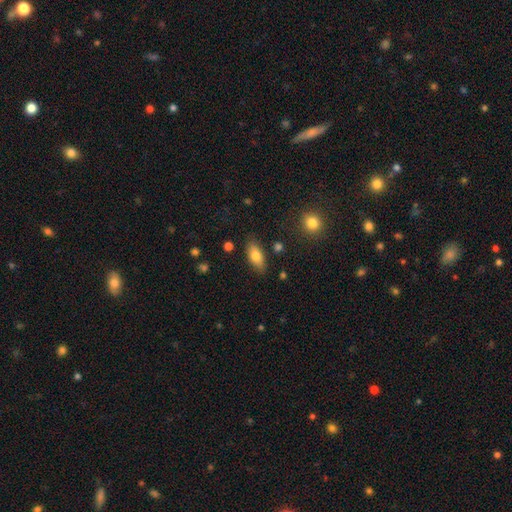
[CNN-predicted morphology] smooth-or-featured: smooth: 75% | featured or disk: 17% | star or artifact: 7%
  how-rounded: in between: 84% | cigar-shaped: 12% | round: 3%
  merging: none: 83% | minor disturbance: 12% | major disturbance: 3% | merger: 3%